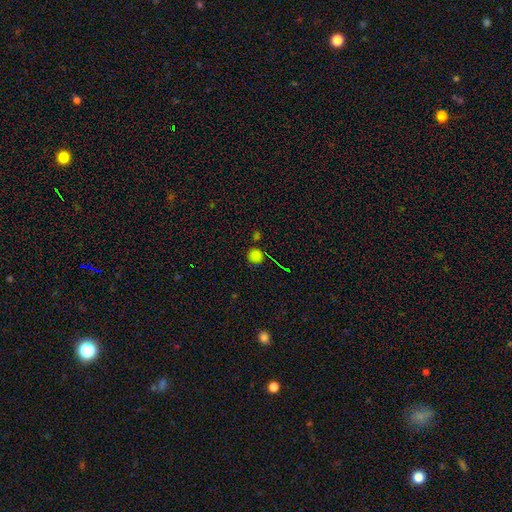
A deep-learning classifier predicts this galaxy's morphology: Smooth or featured: smooth — 74% (star or artifact — 21%)
How rounded: round — 93% (in between — 6%)
Merging: none — 81% (minor disturbance — 10%)